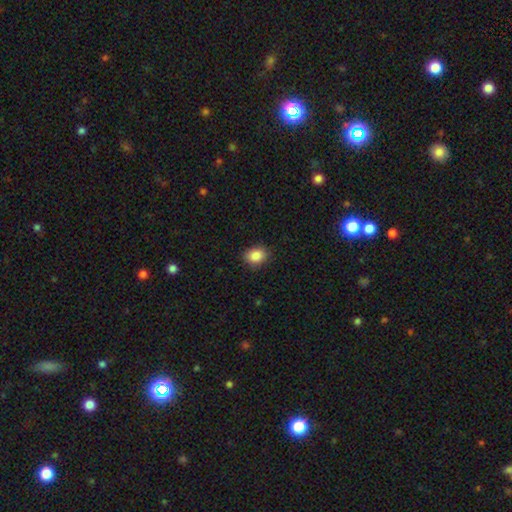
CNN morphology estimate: This is clearly a smooth galaxy (87%). How rounded: possibly in between (60%). Merging: clearly none (88%).